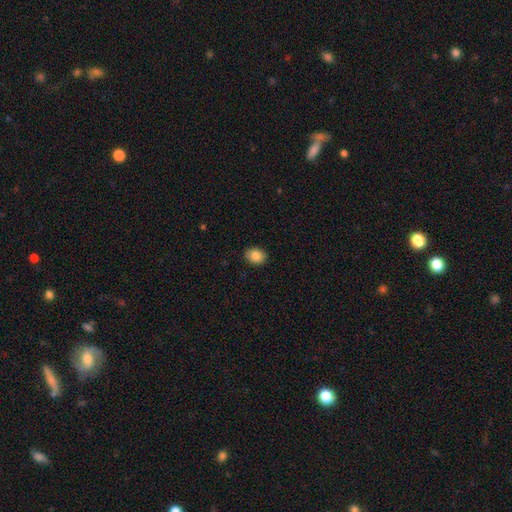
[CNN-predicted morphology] Q: Smooth or featured?
A: smooth (84%); runner-up: star or artifact (9%)
Q: How rounded?
A: in between (54%); runner-up: round (45%)
Q: Merging?
A: none (90%); runner-up: minor disturbance (7%)